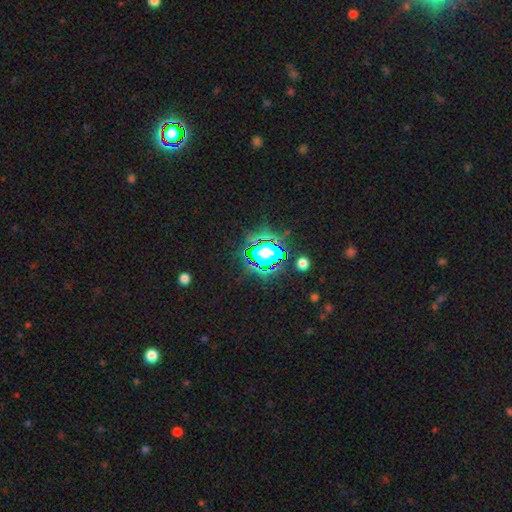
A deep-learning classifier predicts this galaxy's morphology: This is likely a star or artifact rather than a galaxy (80%).